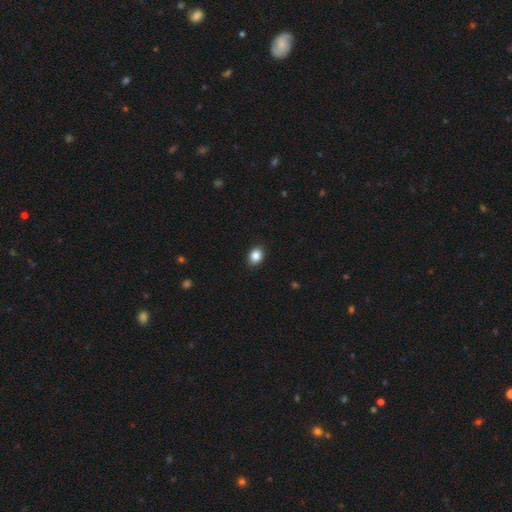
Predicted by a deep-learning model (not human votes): Q: Smooth or featured?
A: smooth (87%); runner-up: star or artifact (9%)
Q: How rounded?
A: in between (63%); runner-up: round (36%)
Q: Merging?
A: none (90%); runner-up: minor disturbance (8%)